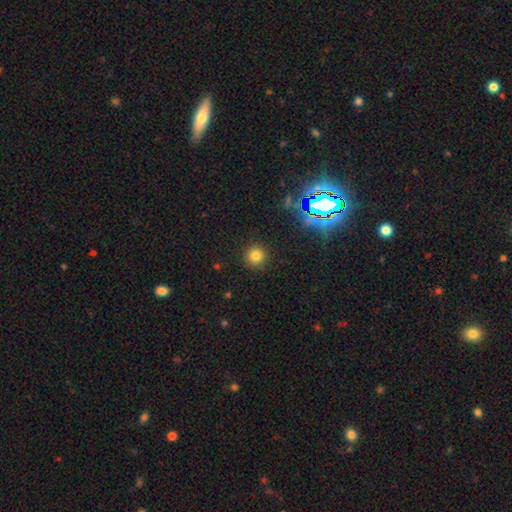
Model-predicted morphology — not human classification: This appears to be a smooth galaxy with no disk features (78%) that is round (95%). Merging: none (91%).